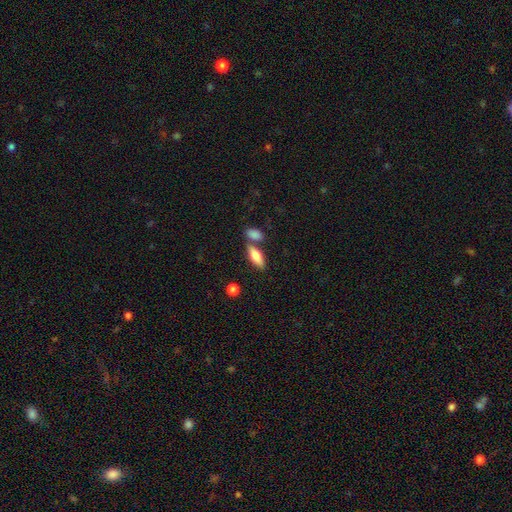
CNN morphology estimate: This is likely a smooth galaxy (77%). How rounded: likely in between (69%). Merging: likely none (64%).